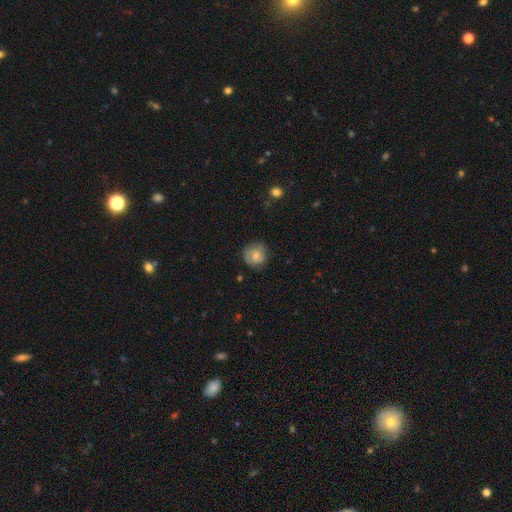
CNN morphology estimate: This is possibly a smooth galaxy (60%). How rounded: clearly round (88%). Merging: likely none (73%).